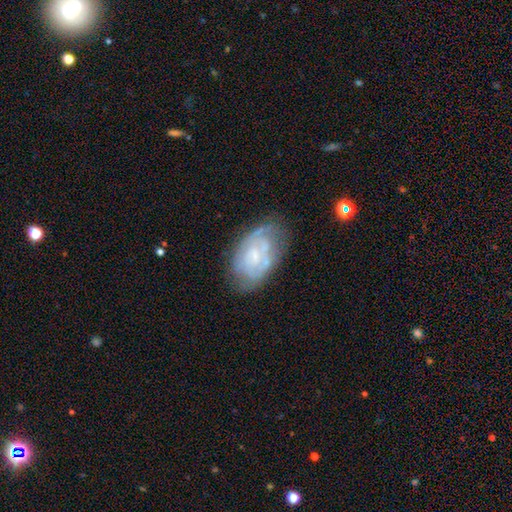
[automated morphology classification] A featured or disk galaxy (65%) with no bar (68%), spiral arms (60%) and a small central bulge (54%).

Vote fractions:
- Smooth or featured? featured or disk: 65% / smooth: 27% / star or artifact: 8%
- Edge-on disk? no: 96% / yes: 4%
- Bar? no: 68% / weak: 27% / strong: 5%
- Spiral arms? yes: 60% / no: 40%
- Bulge size? small: 54% / moderate: 22% / none: 20% / large: 3% / dominant: 1%
- Merging? none: 60% / minor disturbance: 25% / major disturbance: 11% / merger: 4%